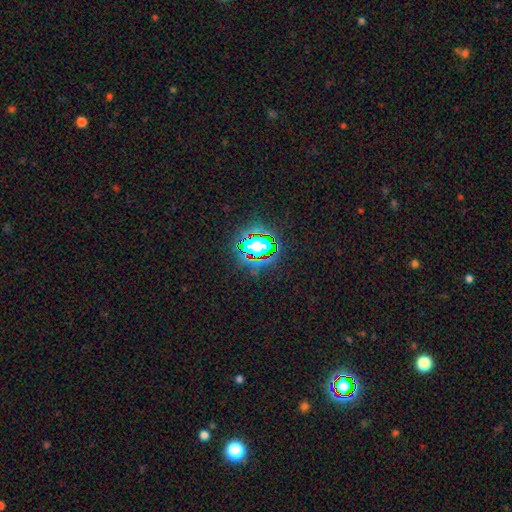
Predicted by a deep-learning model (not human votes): The model was most divided on "smooth or featured": star or artifact: 82%, smooth: 11%, featured or disk: 7%.